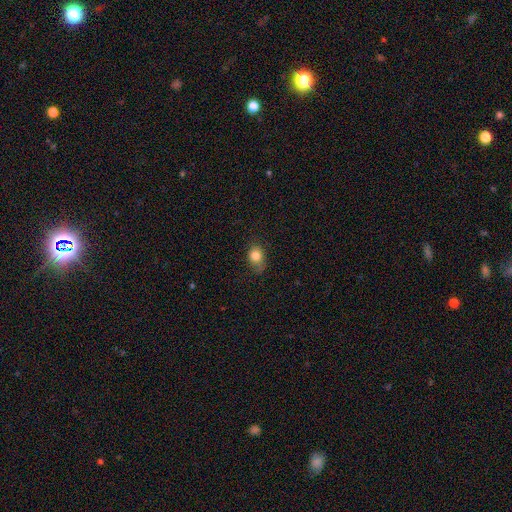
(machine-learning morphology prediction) This is clearly a smooth galaxy (81%). How rounded: possibly round (51%). Merging: possibly none (57%).